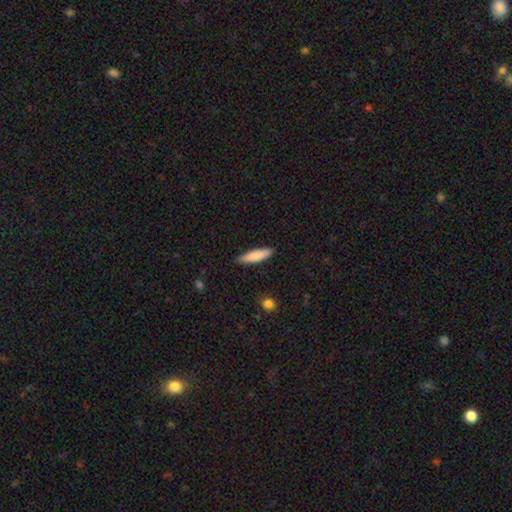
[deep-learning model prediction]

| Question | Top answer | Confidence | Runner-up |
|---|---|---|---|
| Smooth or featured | smooth | 82% | featured or disk (12%) |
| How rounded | cigar-shaped | 72% | in between (26%) |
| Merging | none | 87% | minor disturbance (10%) |